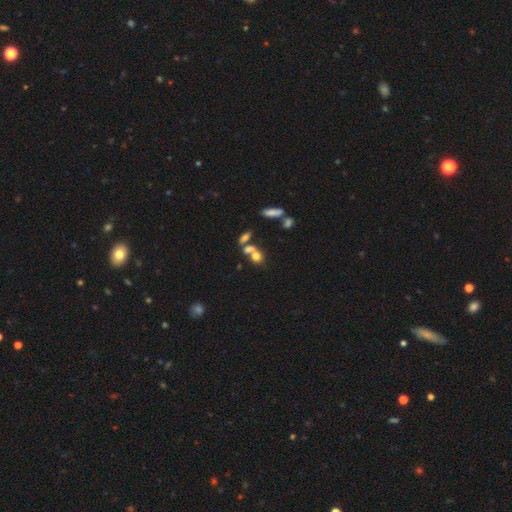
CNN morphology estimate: Q: Smooth or featured?
A: smooth (71%); runner-up: star or artifact (15%)
Q: How rounded?
A: round (57%); runner-up: in between (38%)
Q: Merging?
A: merger (47%); runner-up: none (38%)